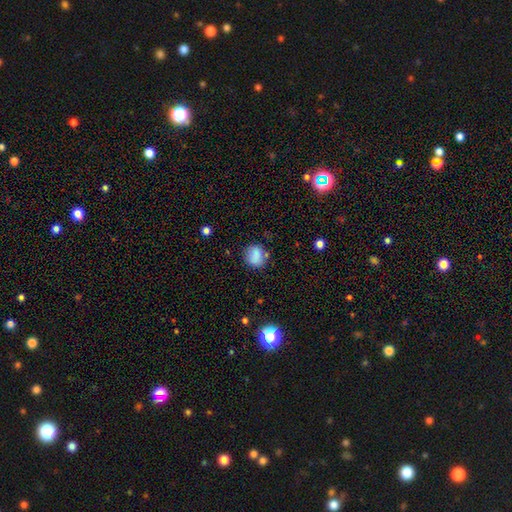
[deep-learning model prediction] smooth-or-featured: smooth: 82% | star or artifact: 10% | featured or disk: 7%
  how-rounded: round: 65% | in between: 34% | cigar-shaped: 1%
  merging: none: 71% | minor disturbance: 18% | merger: 5% | major disturbance: 5%